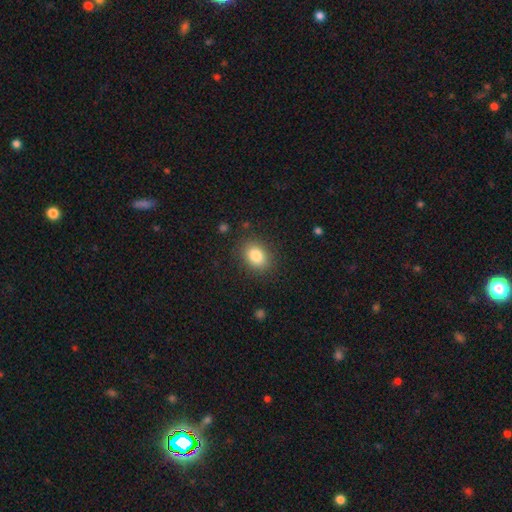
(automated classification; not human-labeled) smooth_or_featured: smooth (p=0.83) [alt: star or artifact p=0.09]
how_rounded: in between (p=0.64) [alt: round p=0.35]
merging: none (p=0.86) [alt: minor disturbance p=0.09]